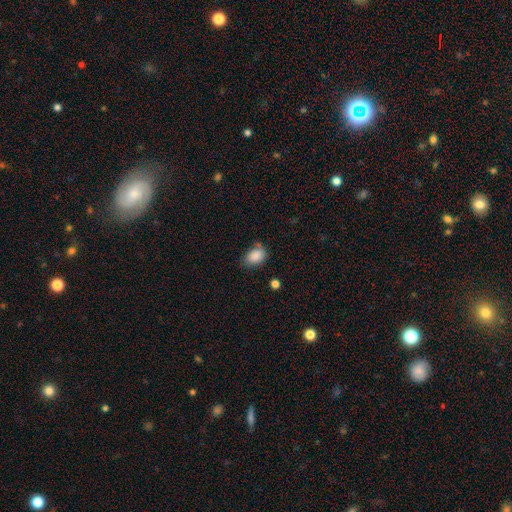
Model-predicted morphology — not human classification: smooth 86%, star or artifact 8%, featured or disk 6%. Down the decision tree: how rounded — in between (79%); merging — none (59%).